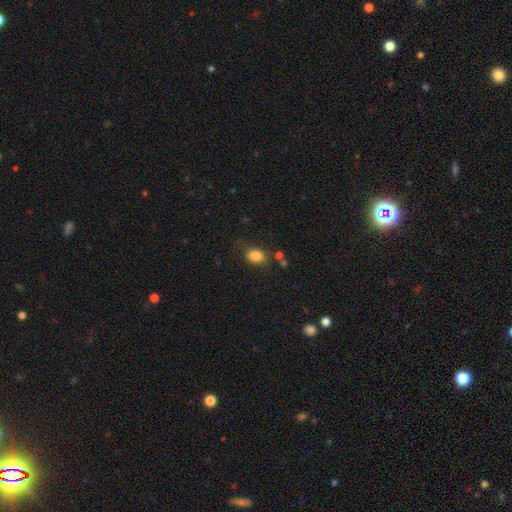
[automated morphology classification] Smooth or featured?
  - smooth: 84% *
  - star or artifact: 10%
  - featured or disk: 6%
How rounded?
  - in between: 71% *
  - round: 27%
  - cigar-shaped: 1%
Merging?
  - none: 70% *
  - minor disturbance: 18%
  - major disturbance: 6%
  - merger: 5%